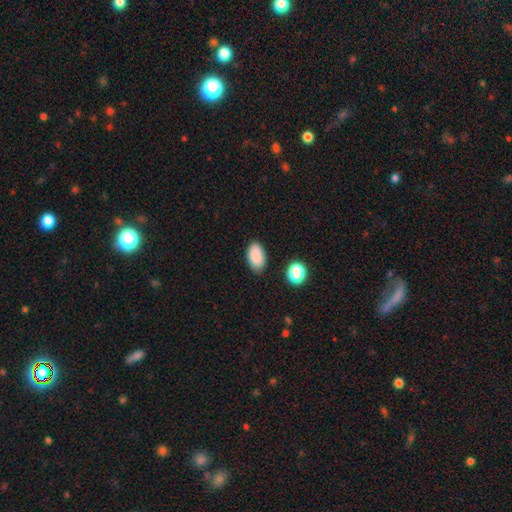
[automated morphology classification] smooth-or-featured: smooth: 87% | star or artifact: 9% | featured or disk: 4%
  how-rounded: in between: 93% | round: 5% | cigar-shaped: 2%
  merging: none: 82% | minor disturbance: 13% | major disturbance: 3% | merger: 2%